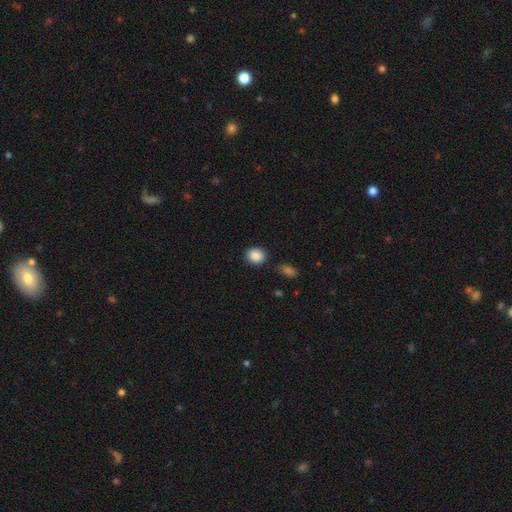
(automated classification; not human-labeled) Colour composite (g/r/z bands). It shows a smooth galaxy with no disk features (88%) that is round (68%). Merging: none (84%).